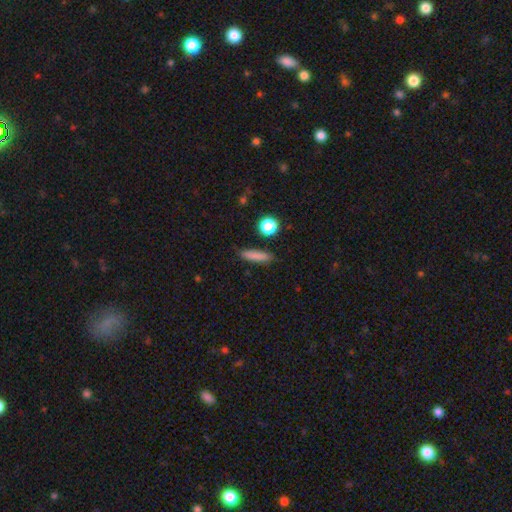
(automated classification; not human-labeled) Smooth or featured?
  - smooth: 81% *
  - star or artifact: 10%
  - featured or disk: 9%
How rounded?
  - cigar-shaped: 78% *
  - in between: 18%
  - round: 5%
Merging?
  - none: 85% *
  - minor disturbance: 10%
  - major disturbance: 2%
  - merger: 2%